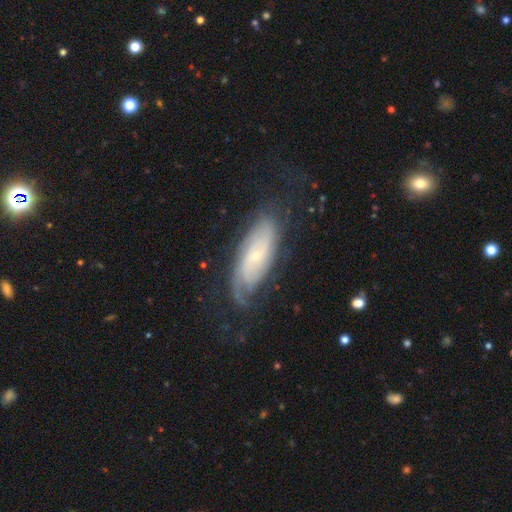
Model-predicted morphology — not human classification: Smooth or featured? featured or disk (76%)
Edge-on disk? no (88%)
Bar? no (65%)
Spiral arms? yes (92%)
Spiral winding? tight (54%)
Spiral arm count? can't tell (43%)
Bulge size? small (78%)
Merging? none (64%)